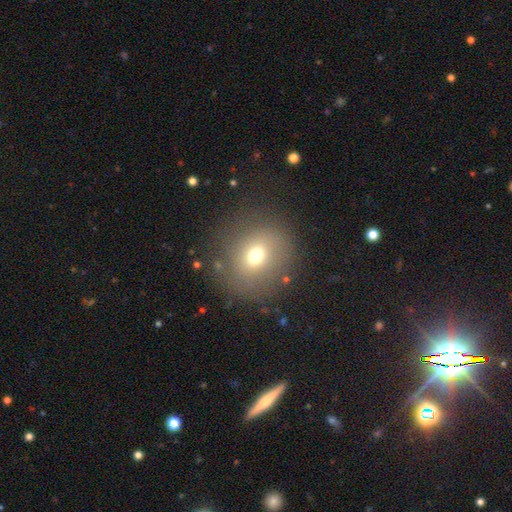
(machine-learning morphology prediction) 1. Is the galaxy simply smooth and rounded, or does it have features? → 67% smooth, 17% star or artifact, 16% featured or disk.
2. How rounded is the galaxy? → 79% round, 20% in between, 1% cigar-shaped.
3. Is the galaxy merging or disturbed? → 80% none, 11% minor disturbance, 7% major disturbance, 2% merger.